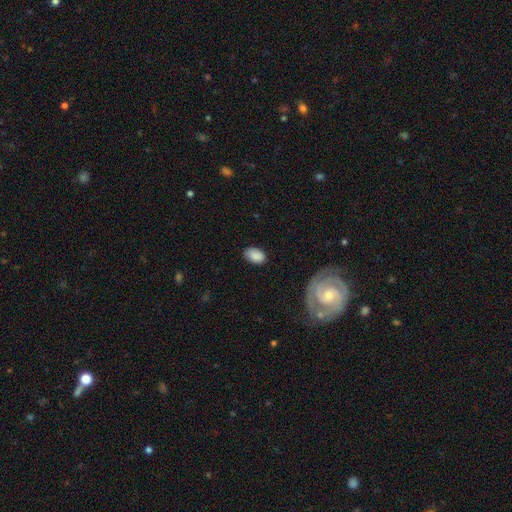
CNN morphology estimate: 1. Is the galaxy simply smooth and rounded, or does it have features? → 87% smooth, 7% star or artifact, 6% featured or disk.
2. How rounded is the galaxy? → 89% in between, 9% round, 1% cigar-shaped.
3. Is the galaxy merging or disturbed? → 80% none, 16% minor disturbance, 3% major disturbance, 1% merger.